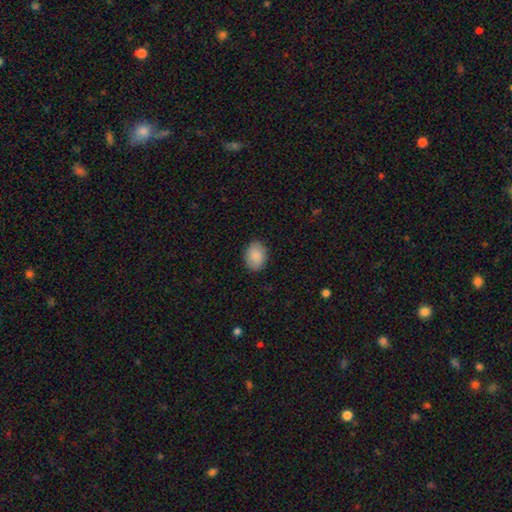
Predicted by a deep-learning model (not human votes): Q: Smooth or featured?
A: smooth (88%); runner-up: star or artifact (6%)
Q: How rounded?
A: in between (75%); runner-up: round (24%)
Q: Merging?
A: none (87%); runner-up: minor disturbance (10%)